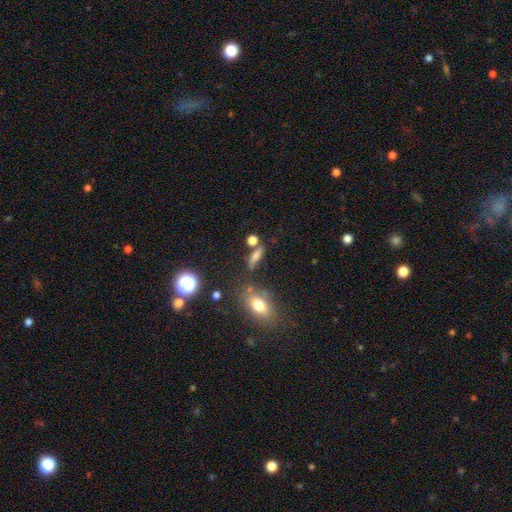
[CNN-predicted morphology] smooth_or_featured: smooth (p=0.59) [alt: featured or disk p=0.25]
how_rounded: cigar-shaped (p=0.57) [alt: in between p=0.32]
merging: none (p=0.66) [alt: minor disturbance p=0.15]